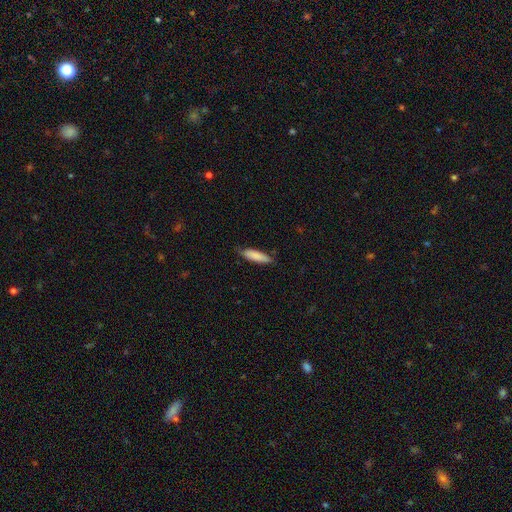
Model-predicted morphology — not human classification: smooth-or-featured: smooth: 85% | featured or disk: 10% | star or artifact: 6%
  how-rounded: cigar-shaped: 67% | in between: 31% | round: 1%
  merging: none: 77% | minor disturbance: 19% | major disturbance: 3% | merger: 1%